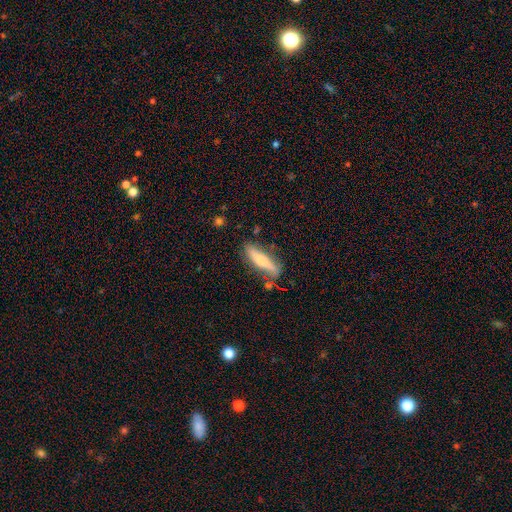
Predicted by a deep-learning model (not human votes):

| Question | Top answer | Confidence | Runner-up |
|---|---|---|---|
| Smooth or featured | smooth | 55% | featured or disk (38%) |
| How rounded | cigar-shaped | 76% | in between (22%) |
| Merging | none | 73% | minor disturbance (17%) |